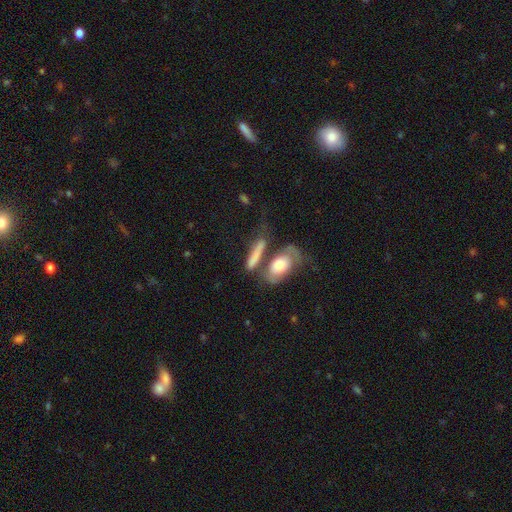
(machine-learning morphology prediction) Q: Smooth or featured?
A: smooth (51%); runner-up: featured or disk (40%)
Q: How rounded?
A: in between (59%); runner-up: cigar-shaped (32%)
Q: Merging?
A: none (37%); runner-up: merger (34%)